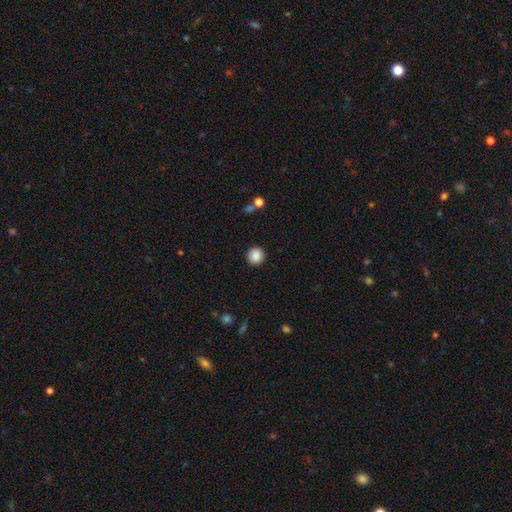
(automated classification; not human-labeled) A smooth galaxy with no disk features (88%) that is round (94%). Merging: none (92%).